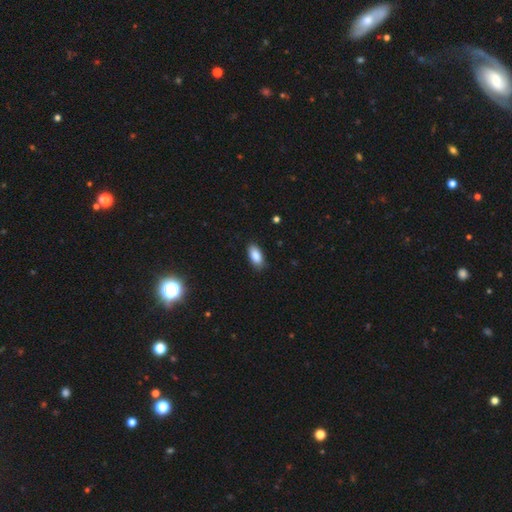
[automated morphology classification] smooth 88%, star or artifact 7%, featured or disk 5%. Down the decision tree: how rounded — in between (92%); merging — none (85%).